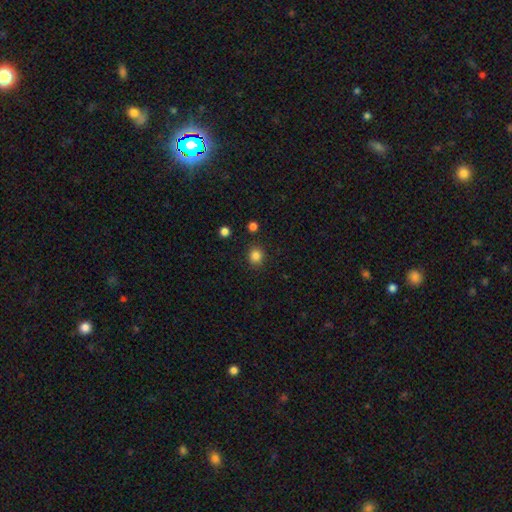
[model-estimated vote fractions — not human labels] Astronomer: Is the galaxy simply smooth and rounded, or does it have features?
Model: smooth — 84%.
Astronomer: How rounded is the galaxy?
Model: round — 84%.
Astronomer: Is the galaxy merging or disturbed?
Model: none — 88%.